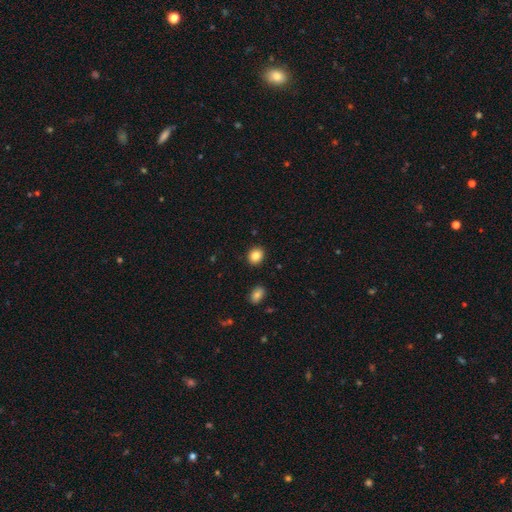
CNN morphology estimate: Smooth or featured? smooth (85%)
How rounded? round (67%)
Merging? none (90%)